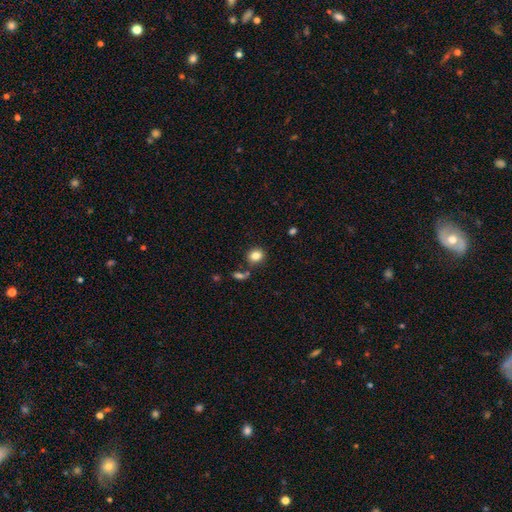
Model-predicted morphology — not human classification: type=smooth (84%); roundness=round (66%); merging=none (80%).